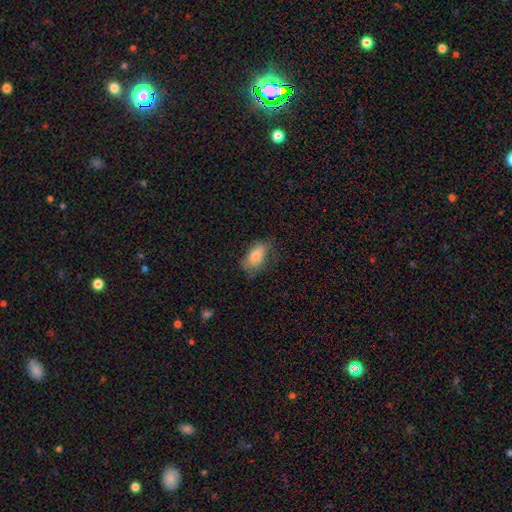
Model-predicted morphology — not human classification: The model was most divided on "merging": none: 66%, minor disturbance: 25%, major disturbance: 8%, merger: 1%. More confident: how rounded — in between (91%); smooth or featured — smooth (80%).